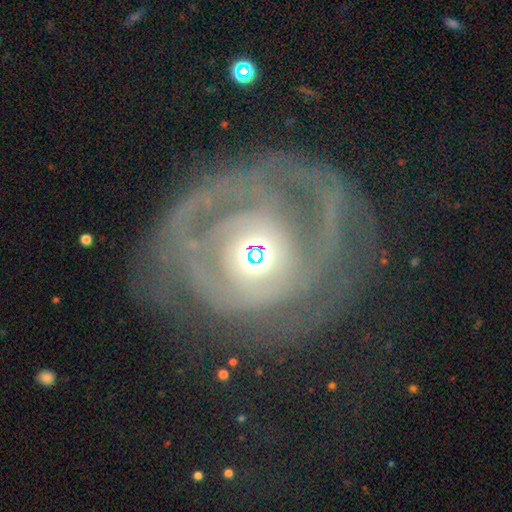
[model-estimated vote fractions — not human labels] featured or disk 71%, smooth 17%, star or artifact 12%. Down the decision tree: edge-on disk — no (94%); bar — no (60%); spiral arms — yes (63%); bulge size — moderate (56%); merging — none (64%).